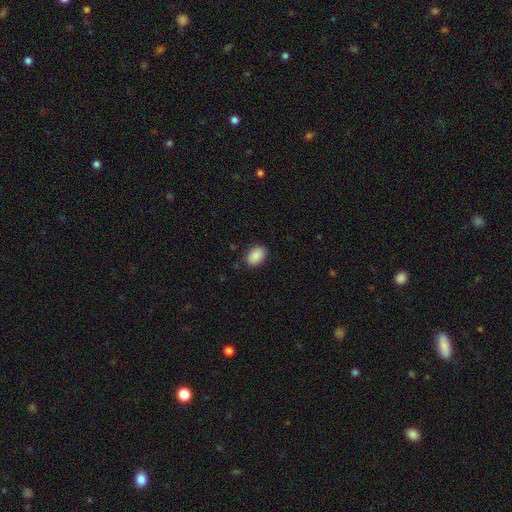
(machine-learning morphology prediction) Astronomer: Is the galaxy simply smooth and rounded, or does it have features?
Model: smooth — 88%.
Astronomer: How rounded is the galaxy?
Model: in between — 82%.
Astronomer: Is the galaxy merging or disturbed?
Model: none — 85%.